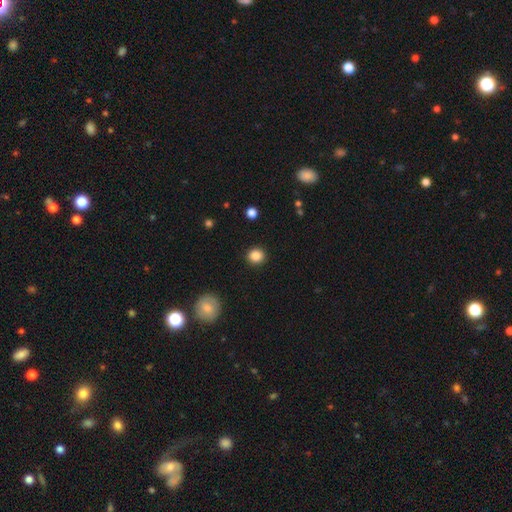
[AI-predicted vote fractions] Q: Smooth or featured?
A: smooth (86%); runner-up: star or artifact (10%)
Q: How rounded?
A: round (88%); runner-up: in between (11%)
Q: Merging?
A: none (92%); runner-up: minor disturbance (5%)